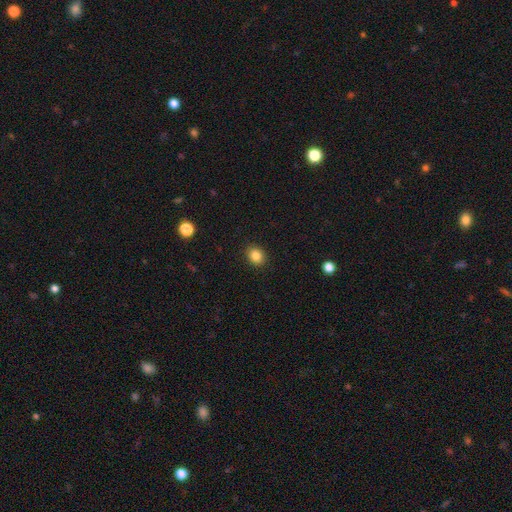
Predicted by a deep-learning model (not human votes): This appears to be a smooth galaxy with no disk features (84%) that is round (62%). Merging: none (91%).